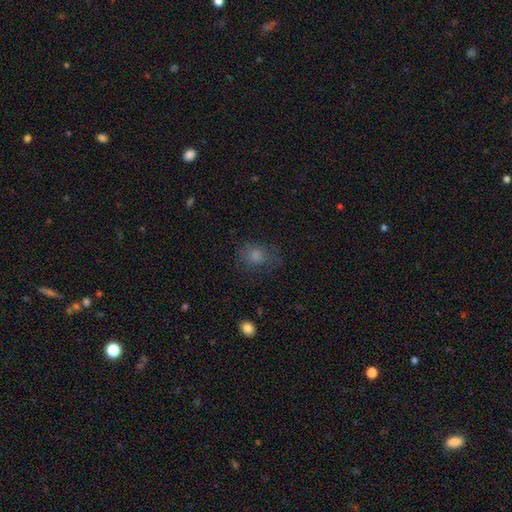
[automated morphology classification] Smooth or featured? smooth (73%)
How rounded? round (58%)
Merging? none (62%)